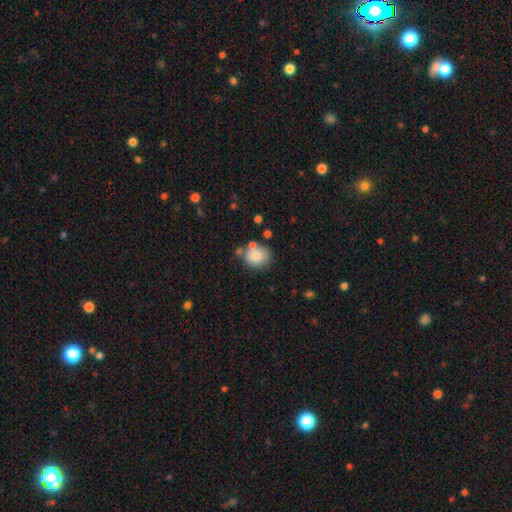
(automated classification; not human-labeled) Smooth or featured: smooth — 80% (featured or disk — 11%)
How rounded: round — 71% (in between — 28%)
Merging: none — 65% (minor disturbance — 17%)